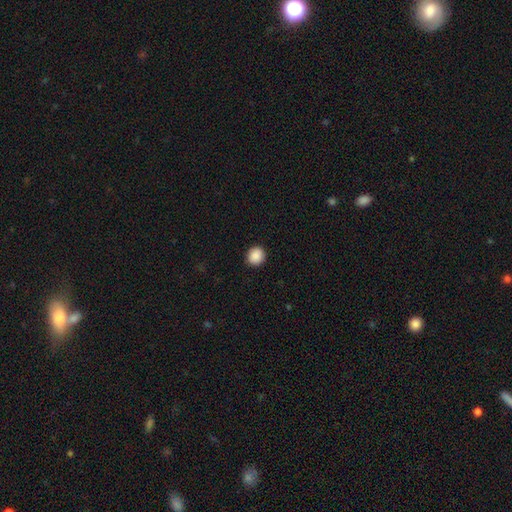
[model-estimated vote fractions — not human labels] A smooth galaxy with no disk features (89%) that is round (85%). Merging: none (91%).